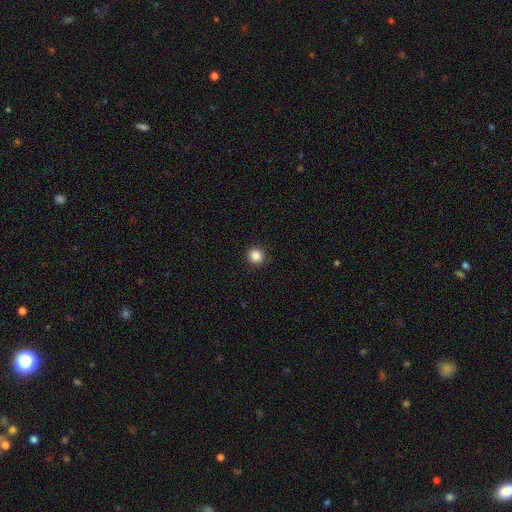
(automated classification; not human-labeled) A smooth galaxy with no disk features (86%) that is round (93%). Merging: none (93%).